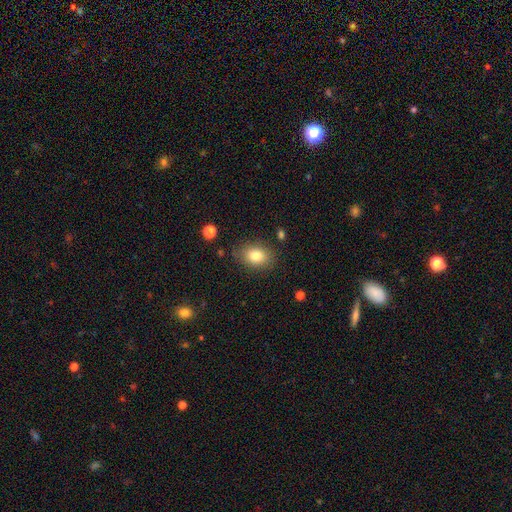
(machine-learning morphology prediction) Smooth or featured?
  - smooth: 81% *
  - featured or disk: 10%
  - star or artifact: 9%
How rounded?
  - in between: 72% *
  - round: 27%
  - cigar-shaped: 1%
Merging?
  - none: 81% *
  - minor disturbance: 14%
  - major disturbance: 4%
  - merger: 2%